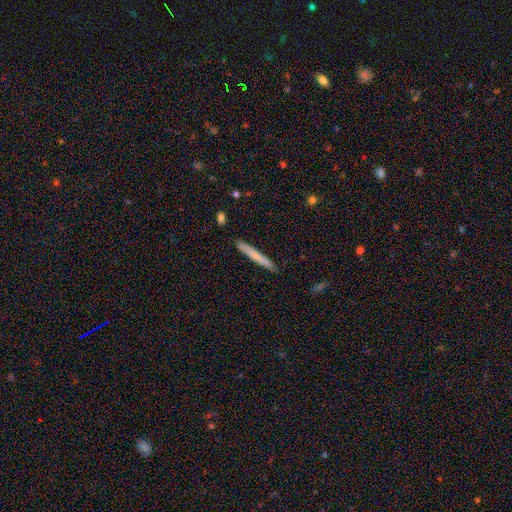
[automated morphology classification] Smooth or featured?
  - smooth: 69% *
  - featured or disk: 25%
  - star or artifact: 6%
How rounded?
  - cigar-shaped: 97% *
  - in between: 2%
  - round: 1%
Merging?
  - none: 91% *
  - minor disturbance: 7%
  - major disturbance: 1%
  - merger: 1%